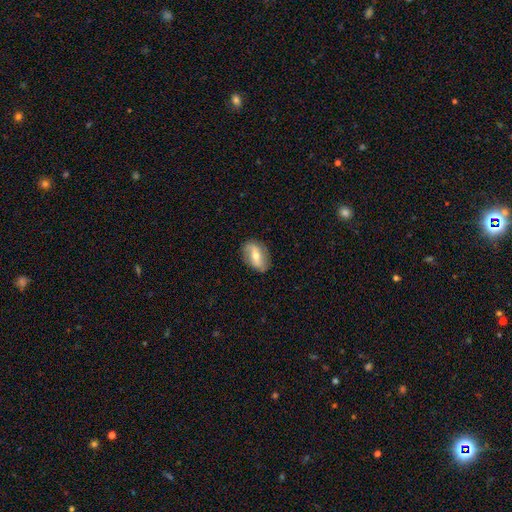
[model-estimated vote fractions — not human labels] featured or disk 54%, smooth 39%, star or artifact 7%. Down the decision tree: edge-on disk — no (88%); merging — none (81%).